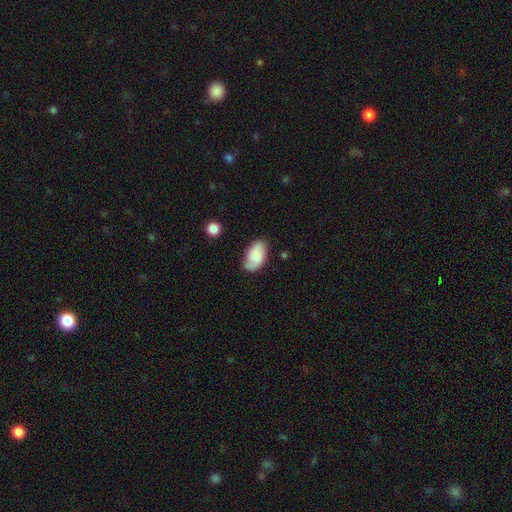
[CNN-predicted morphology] This is likely a smooth galaxy (70%). How rounded: clearly in between (93%). Merging: likely none (60%).